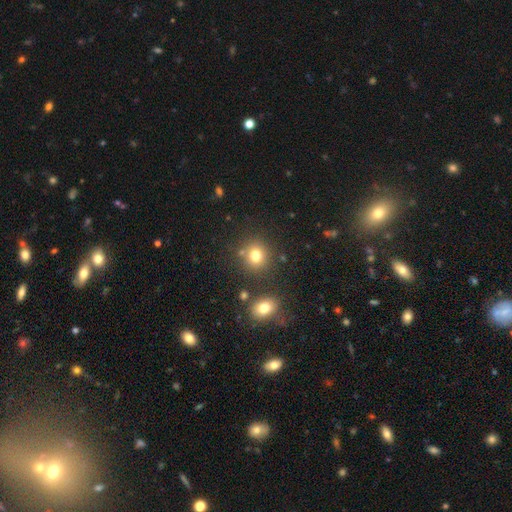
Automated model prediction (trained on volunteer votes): Smooth or featured? Predicted: smooth (p=0.77). How rounded? Predicted: round (p=0.86). Merging? Predicted: none (p=0.79).